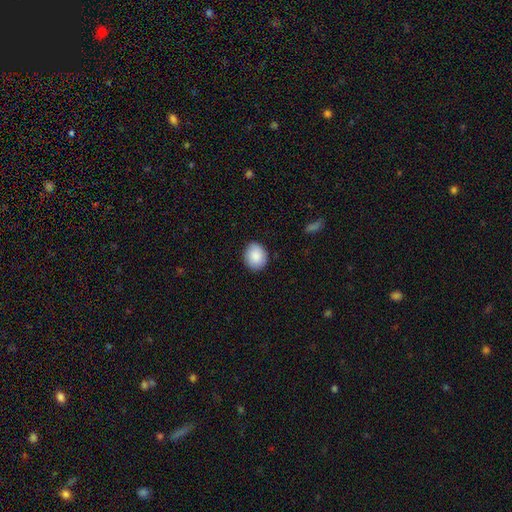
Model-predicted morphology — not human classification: smooth-or-featured: smooth: 88% | star or artifact: 7% | featured or disk: 6%
  how-rounded: round: 61% | in between: 38% | cigar-shaped: 1%
  merging: none: 87% | minor disturbance: 10% | major disturbance: 2% | merger: 1%